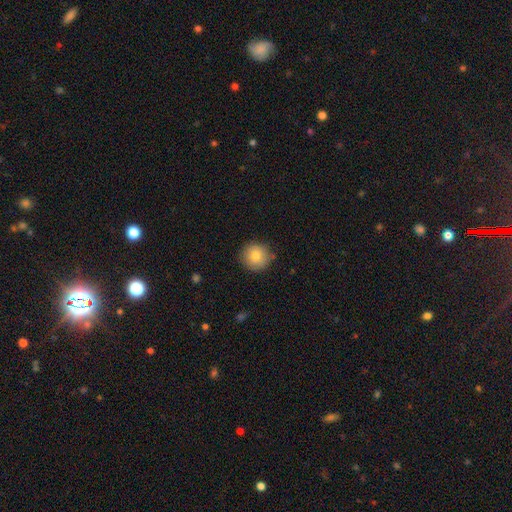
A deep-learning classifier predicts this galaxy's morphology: Overall: smooth (82%). How rounded: round (93%). Merging: none (87%).